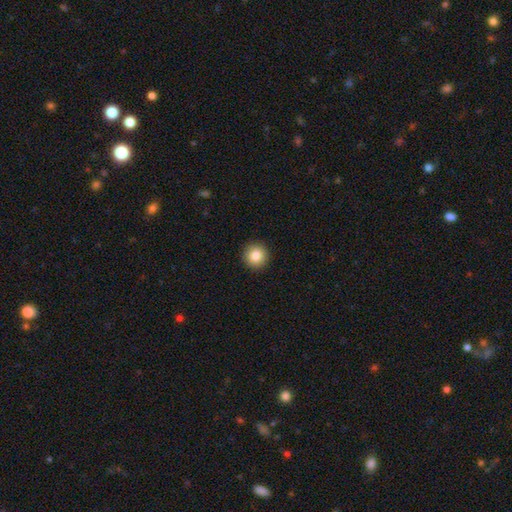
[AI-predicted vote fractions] Morphology: type=smooth (85%); roundness=round (95%); merging=none (93%).